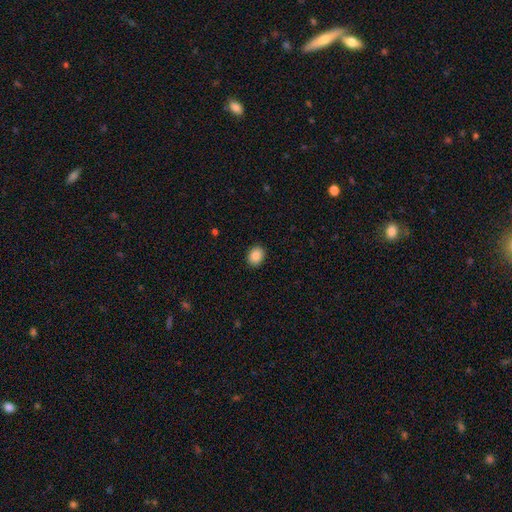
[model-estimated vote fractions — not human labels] Smooth or featured? Predicted: smooth (p=0.88). How rounded? Predicted: in between (p=0.55). Merging? Predicted: none (p=0.90).